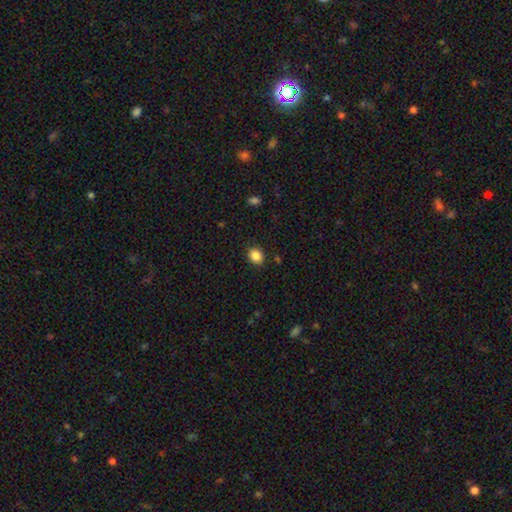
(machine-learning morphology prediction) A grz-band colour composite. It shows a smooth galaxy with no disk features (86%) that is round (55%). Merging: none (89%).